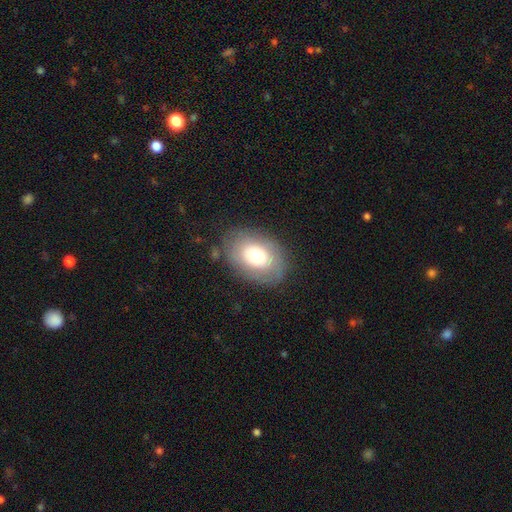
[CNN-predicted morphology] Smooth or featured? smooth (67%)
How rounded? in between (81%)
Merging? none (78%)